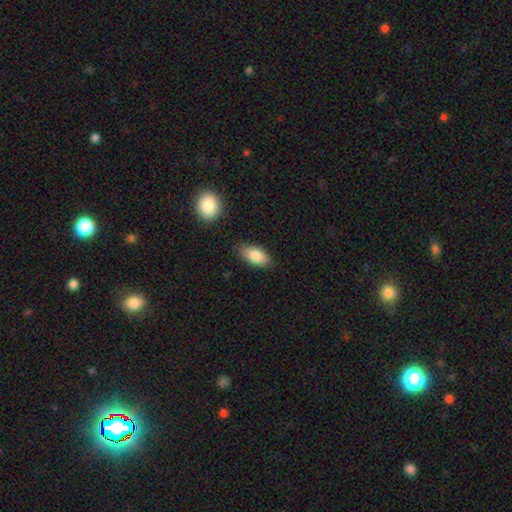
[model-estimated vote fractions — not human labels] Smooth or featured? Predicted: smooth (p=0.84). How rounded? Predicted: in between (p=0.91). Merging? Predicted: none (p=0.82).